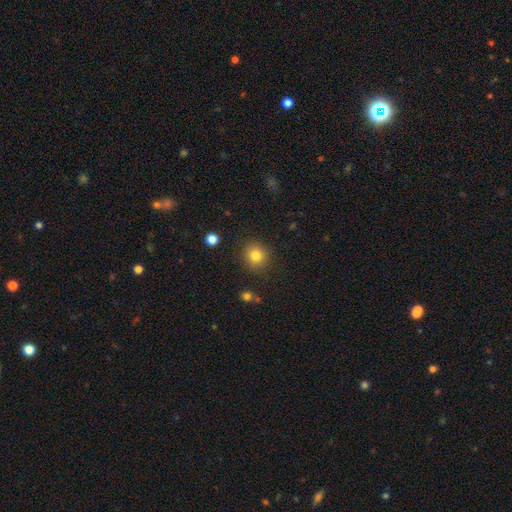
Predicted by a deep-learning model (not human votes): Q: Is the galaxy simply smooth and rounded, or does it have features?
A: smooth — 82%.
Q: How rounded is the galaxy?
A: round — 89%.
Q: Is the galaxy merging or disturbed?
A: none — 89%.